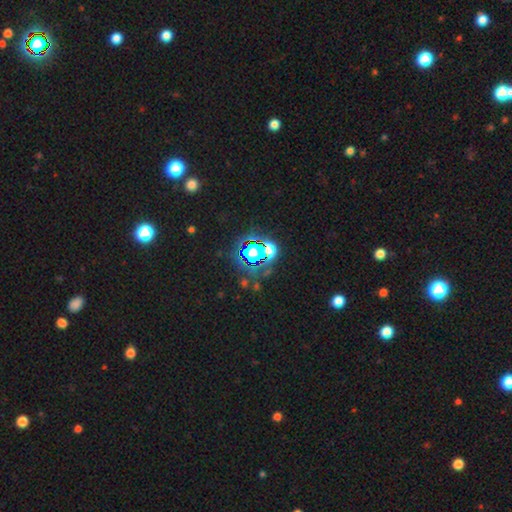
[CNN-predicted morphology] A star or artifact, not a galaxy (80%).